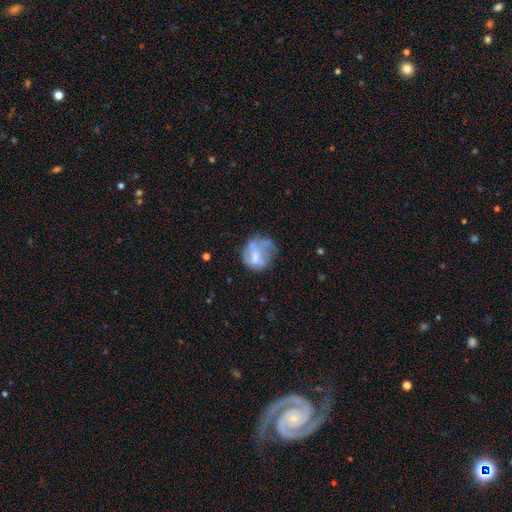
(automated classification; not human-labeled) A smooth galaxy with no disk features (48%). Merging: none (37%).